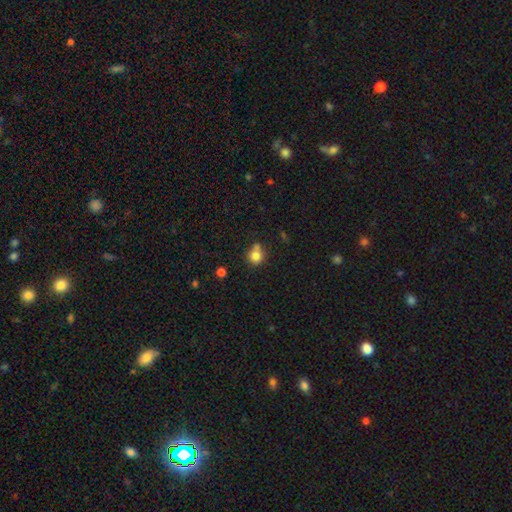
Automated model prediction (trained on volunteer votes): smooth_or_featured: smooth (p=0.81) [alt: star or artifact p=0.11]
how_rounded: round (p=0.82) [alt: in between p=0.17]
merging: none (p=0.55) [alt: merger p=0.20]